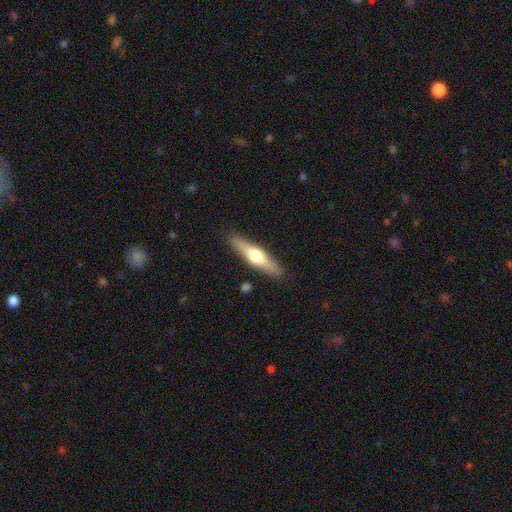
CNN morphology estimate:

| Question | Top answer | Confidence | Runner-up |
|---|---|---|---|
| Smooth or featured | featured or disk | 55% | smooth (40%) |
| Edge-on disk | yes | 94% | no (6%) |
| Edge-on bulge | rounded | 92% | boxy (5%) |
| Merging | none | 88% | minor disturbance (8%) |